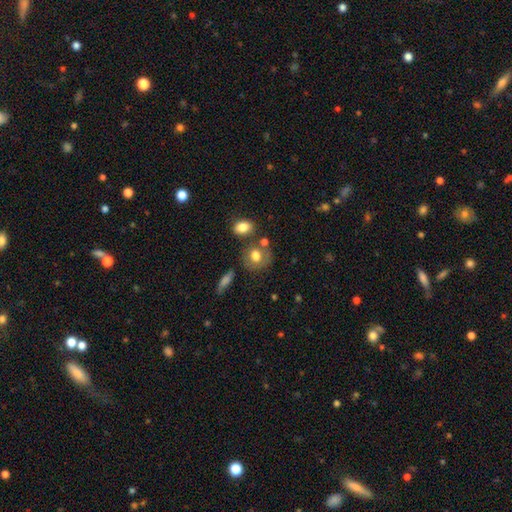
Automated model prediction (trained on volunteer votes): A smooth galaxy with no disk features (71%) that is round (67%).

Vote fractions:
- Smooth or featured? smooth: 71% / featured or disk: 20% / star or artifact: 9%
- How rounded? round: 67% / in between: 32% / cigar-shaped: 2%
- Merging? none: 63% / minor disturbance: 16% / merger: 14% / major disturbance: 6%